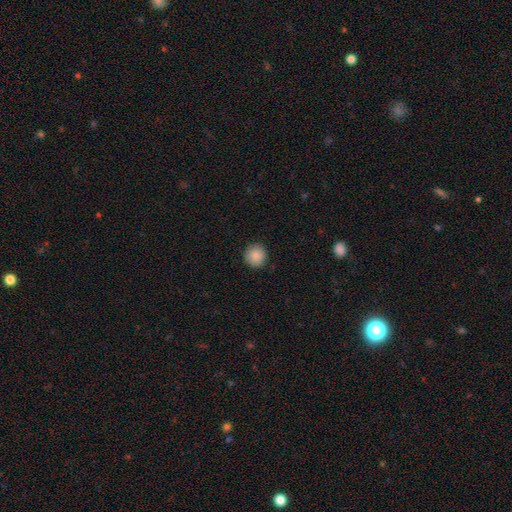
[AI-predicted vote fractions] Smooth or featured? Predicted: smooth (p=0.88). How rounded? Predicted: round (p=0.93). Merging? Predicted: none (p=0.91).